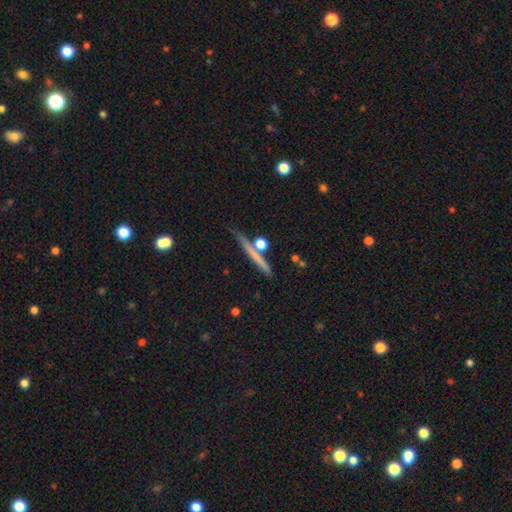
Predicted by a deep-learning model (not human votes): smooth-or-featured: smooth: 47% | featured or disk: 44% | star or artifact: 8%
  merging: none: 77% | minor disturbance: 12% | merger: 8% | major disturbance: 3%